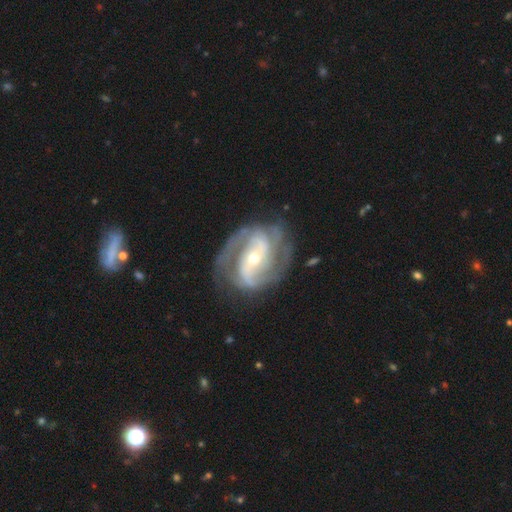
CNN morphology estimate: Smooth or featured? featured or disk (90%)
Edge-on disk? no (97%)
Bar? strong (38%)
Spiral arms? yes (97%)
Spiral winding? medium (48%)
Spiral arm count? 2 (69%)
Bulge size? small (54%)
Merging? none (72%)